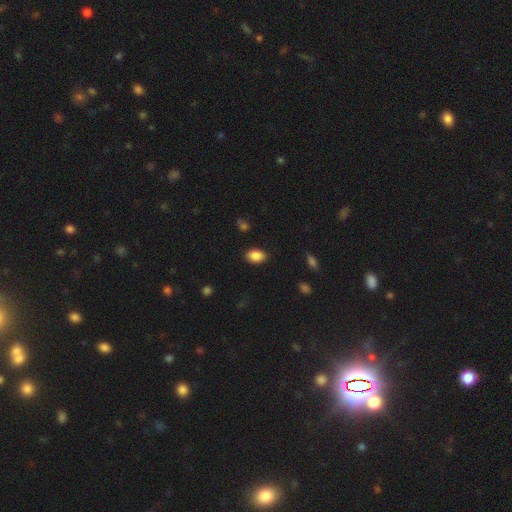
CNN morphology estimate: Smooth or featured: smooth — 87% (star or artifact — 8%)
How rounded: in between — 87% (round — 12%)
Merging: none — 87% (minor disturbance — 9%)